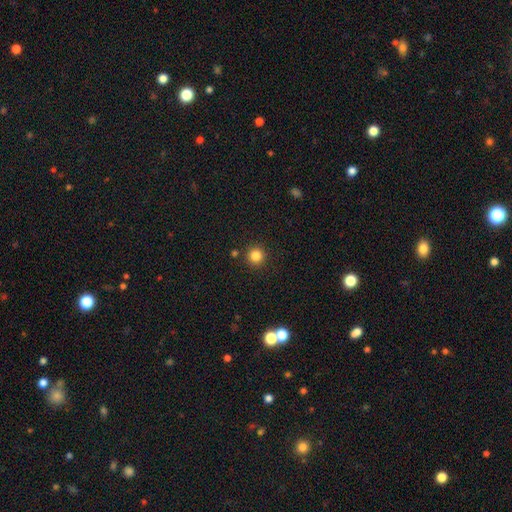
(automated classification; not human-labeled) smooth 83%, star or artifact 13%, featured or disk 4%. Down the decision tree: how rounded — round (95%); merging — none (89%).